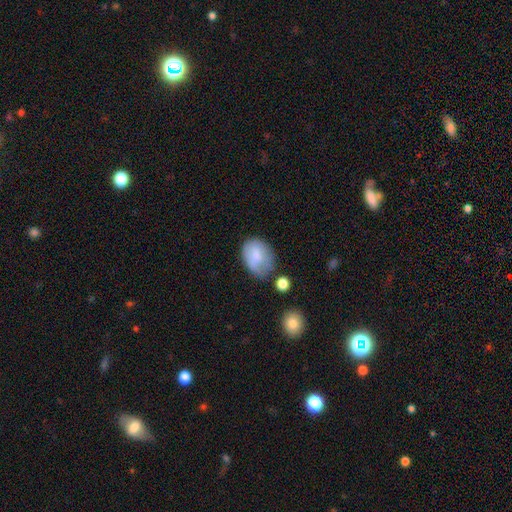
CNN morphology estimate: smooth_or_featured: smooth (p=0.73) [alt: featured or disk p=0.19]
how_rounded: in between (p=0.75) [alt: round p=0.24]
merging: none (p=0.46) [alt: minor disturbance p=0.34]